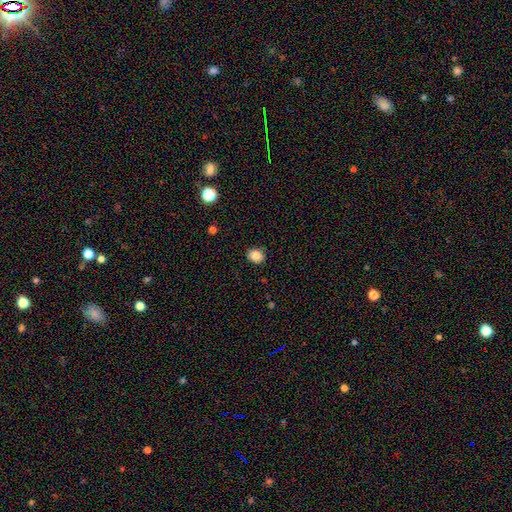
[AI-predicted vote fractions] Smooth or featured? Predicted: smooth (p=0.86). How rounded? Predicted: round (p=0.55). Merging? Predicted: none (p=0.84).